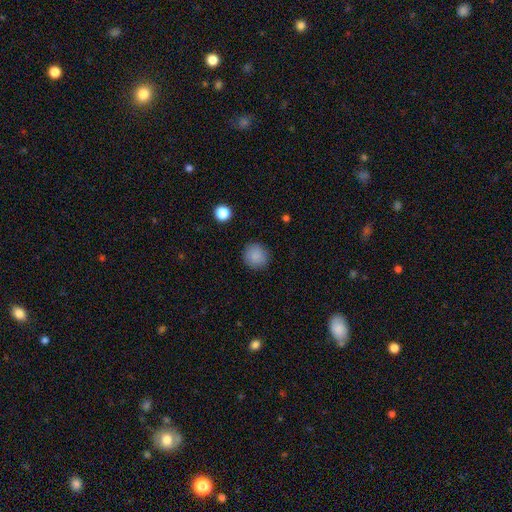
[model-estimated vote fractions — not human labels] Q: Smooth or featured?
A: smooth (87%); runner-up: star or artifact (9%)
Q: How rounded?
A: round (92%); runner-up: in between (8%)
Q: Merging?
A: none (89%); runner-up: minor disturbance (8%)